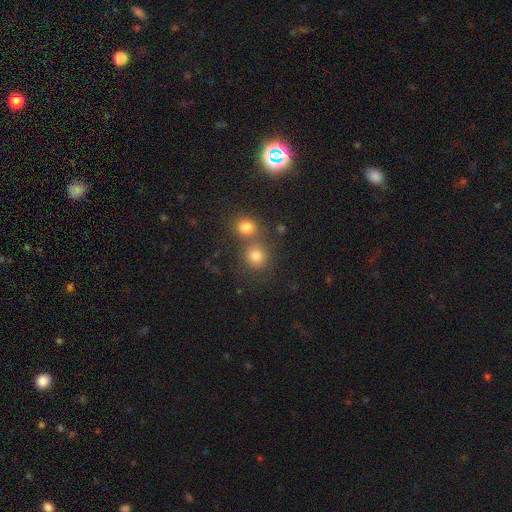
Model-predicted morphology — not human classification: Smooth or featured?
  - smooth: 78% *
  - star or artifact: 14%
  - featured or disk: 8%
How rounded?
  - round: 86% *
  - in between: 13%
  - cigar-shaped: 1%
Merging?
  - none: 53% *
  - merger: 35%
  - minor disturbance: 8%
  - major disturbance: 4%